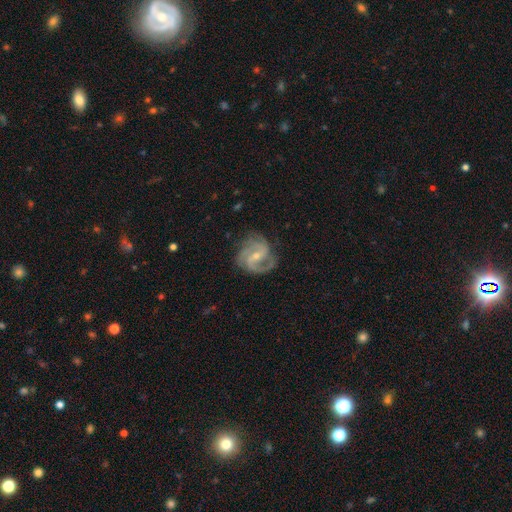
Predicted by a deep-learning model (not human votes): A featured or disk galaxy (91%) with a weak bar (47%), 3 (48%) medium (52%) spiral arms (98%) and a small central bulge (65%). Merging: none (73%).